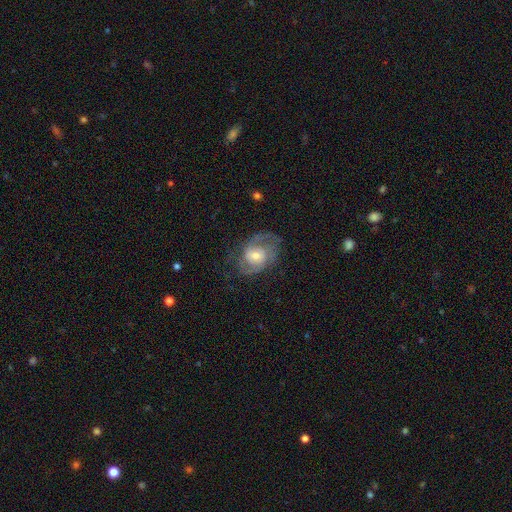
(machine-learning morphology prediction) A featured or disk galaxy (78%) with no bar (57%), 2 (65%) medium (46%) spiral arms (91%) and a moderate central bulge (52%). Merging: none (62%).